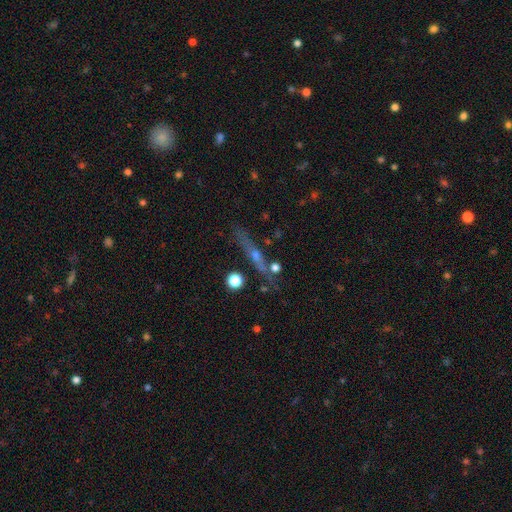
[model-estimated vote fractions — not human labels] A featured or disk galaxy (64%) viewed edge-on (91%) with a rounded central bulge (78%). Merging: none (76%).